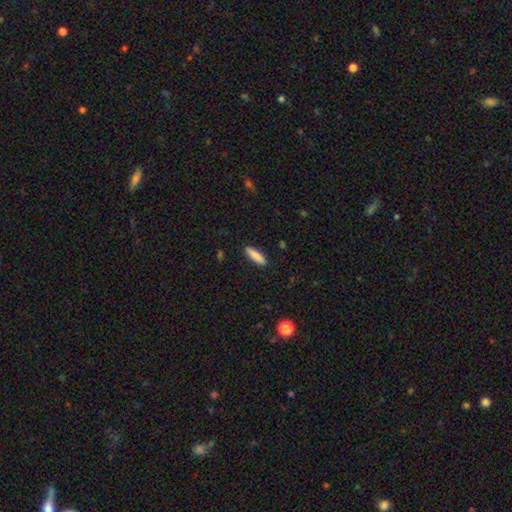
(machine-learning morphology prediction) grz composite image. It shows a smooth galaxy with no disk features (87%) that is cigar-shaped (67%). Merging: none (90%).